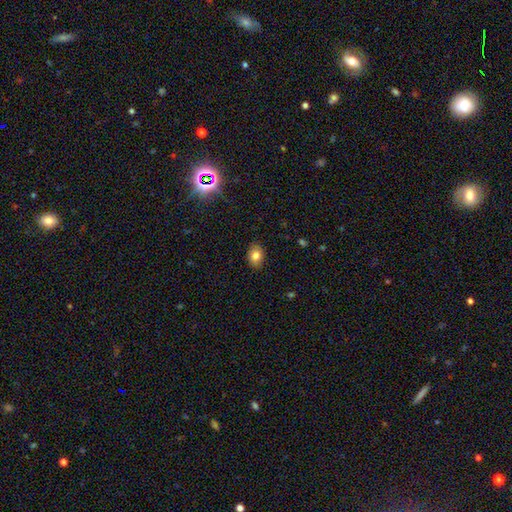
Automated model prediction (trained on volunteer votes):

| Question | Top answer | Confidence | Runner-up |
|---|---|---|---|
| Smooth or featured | smooth | 81% | star or artifact (10%) |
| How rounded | in between | 70% | round (29%) |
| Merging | none | 87% | minor disturbance (10%) |